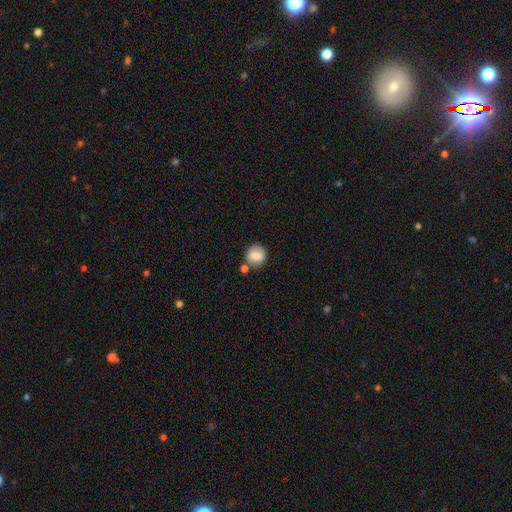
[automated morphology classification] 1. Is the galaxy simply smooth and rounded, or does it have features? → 81% smooth, 11% featured or disk, 8% star or artifact.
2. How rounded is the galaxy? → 86% round, 13% in between, 1% cigar-shaped.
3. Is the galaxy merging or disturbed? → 67% none, 15% merger, 14% minor disturbance, 4% major disturbance.